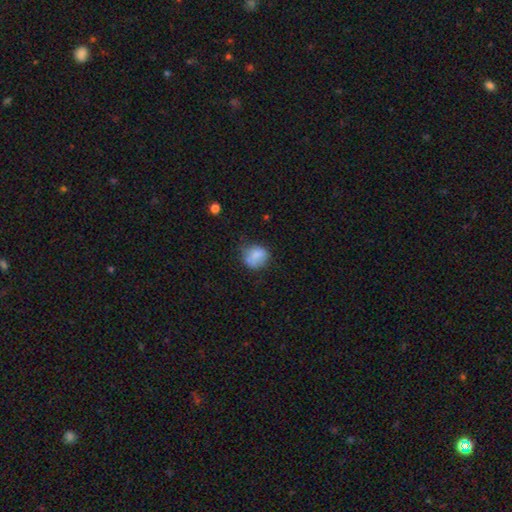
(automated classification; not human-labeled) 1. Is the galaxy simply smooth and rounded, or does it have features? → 75% smooth, 16% featured or disk, 9% star or artifact.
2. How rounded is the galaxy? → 70% round, 29% in between, 1% cigar-shaped.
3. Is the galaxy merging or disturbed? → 51% none, 31% minor disturbance, 11% major disturbance, 7% merger.